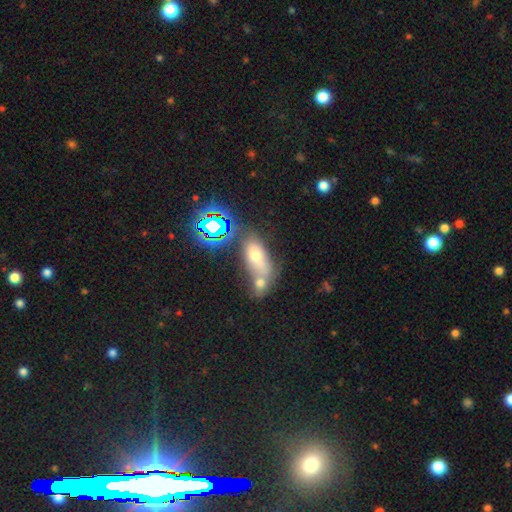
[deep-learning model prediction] smooth-or-featured: smooth: 54% | star or artifact: 26% | featured or disk: 20%
  how-rounded: in between: 79% | round: 12% | cigar-shaped: 10%
  merging: merger: 45% | none: 37% | minor disturbance: 11% | major disturbance: 6%